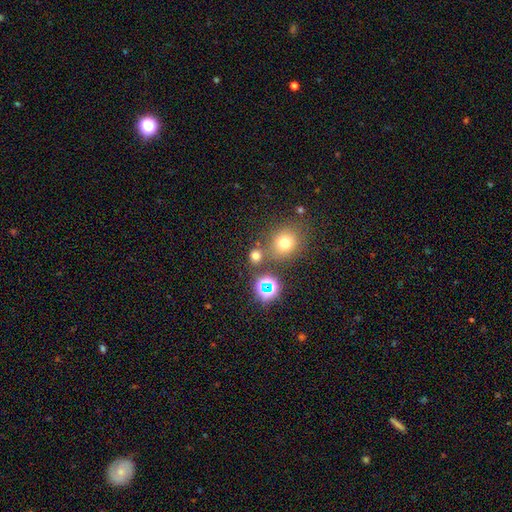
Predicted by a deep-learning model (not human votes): smooth 64%, star or artifact 30%, featured or disk 7%. Down the decision tree: how rounded — round (82%); merging — none (72%).